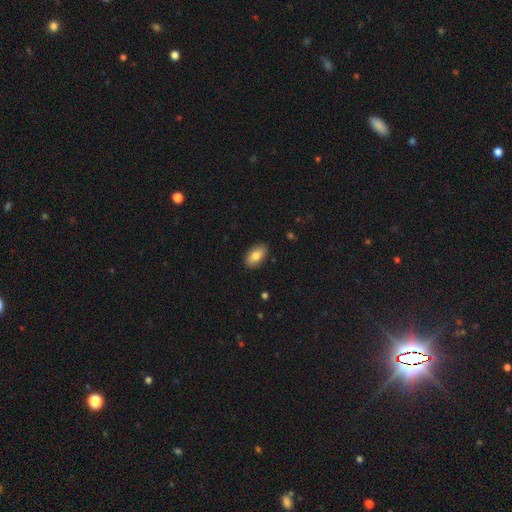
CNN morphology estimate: type=smooth (80%); roundness=in between (93%); merging=none (88%).